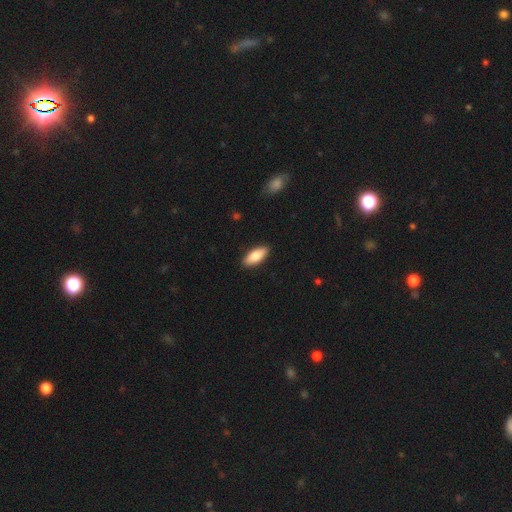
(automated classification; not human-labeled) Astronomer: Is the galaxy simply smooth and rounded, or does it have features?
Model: smooth — 81%.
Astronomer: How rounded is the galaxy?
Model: in between — 80%.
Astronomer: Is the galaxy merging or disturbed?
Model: none — 90%.